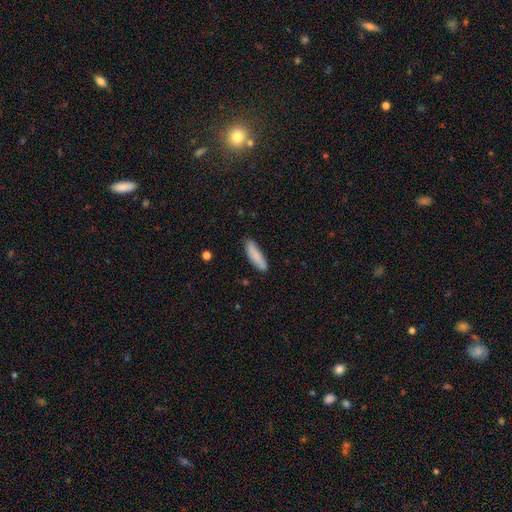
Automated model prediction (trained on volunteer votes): Smooth or featured: smooth — 84% (featured or disk — 10%)
How rounded: cigar-shaped — 69% (in between — 30%)
Merging: none — 83% (minor disturbance — 13%)